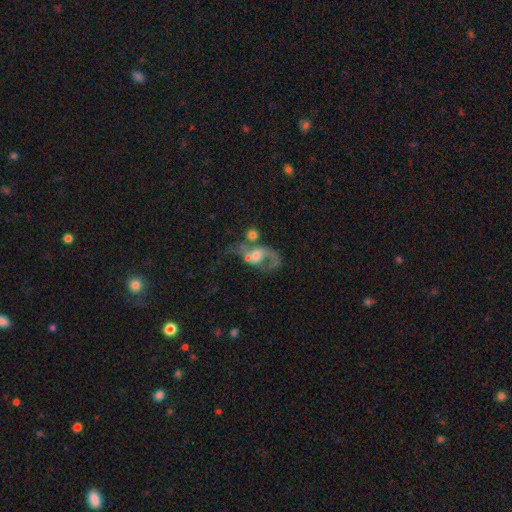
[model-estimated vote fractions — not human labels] Smooth or featured? featured or disk (59%)
Edge-on disk? no (95%)
Bar? no (74%)
Spiral arms? yes (58%)
Bulge size? moderate (49%)
Merging? merger (38%)